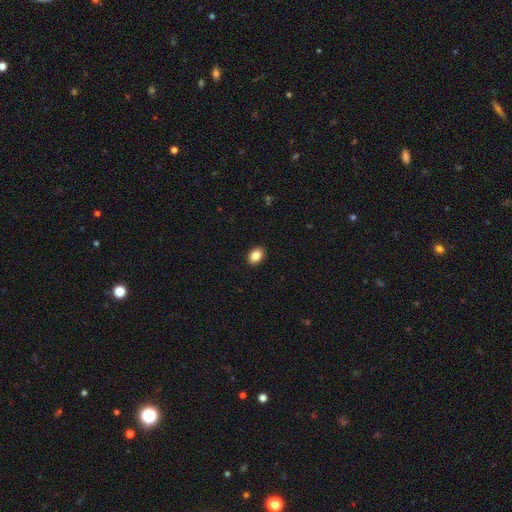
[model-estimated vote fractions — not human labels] Morphology: type=smooth (86%); roundness=in between (75%); merging=none (91%).